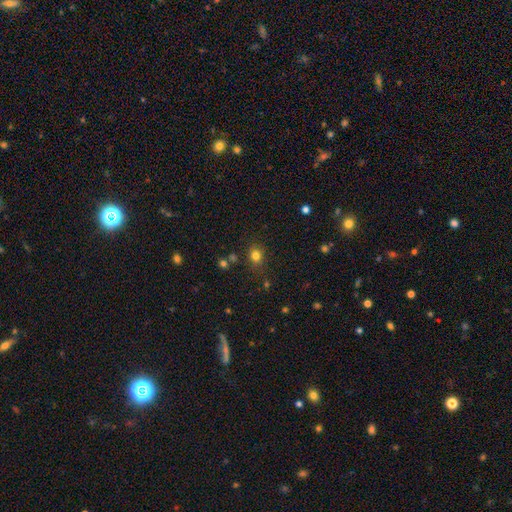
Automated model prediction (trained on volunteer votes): This appears to be a smooth galaxy with no disk features (78%) that is round (68%). Merging: none (81%).